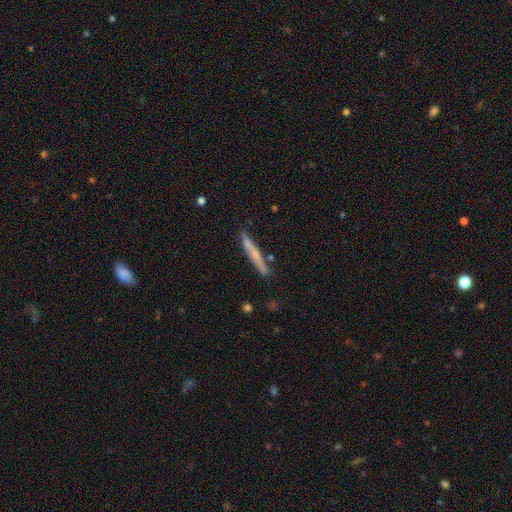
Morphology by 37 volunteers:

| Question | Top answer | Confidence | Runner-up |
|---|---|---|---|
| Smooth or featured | smooth | 57% | featured or disk (41%) |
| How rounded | cigar-shaped | 100% | — |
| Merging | none | 67% | minor disturbance (19%) |